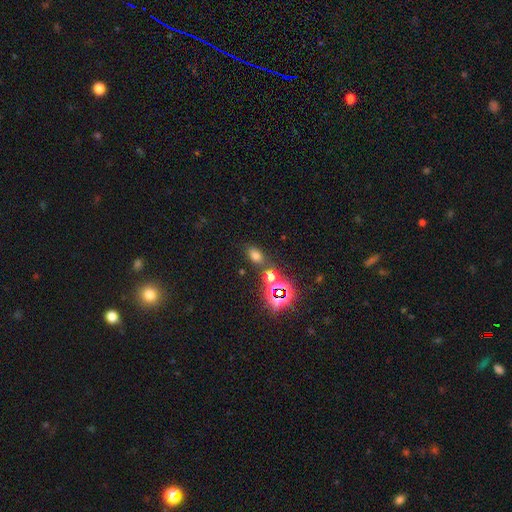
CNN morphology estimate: smooth-or-featured: smooth: 58% | star or artifact: 33% | featured or disk: 9%
  how-rounded: in between: 77% | round: 20% | cigar-shaped: 3%
  merging: none: 74% | minor disturbance: 11% | merger: 10% | major disturbance: 5%